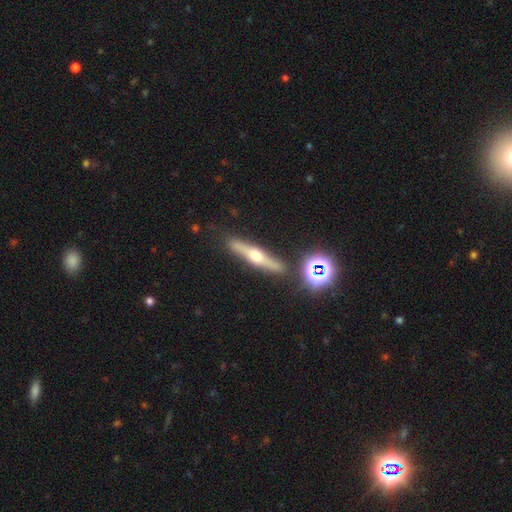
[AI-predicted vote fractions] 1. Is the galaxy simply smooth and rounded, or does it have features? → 62% featured or disk, 27% smooth, 11% star or artifact.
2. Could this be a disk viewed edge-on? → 93% yes, 7% no.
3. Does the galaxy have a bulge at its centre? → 92% rounded, 5% none, 3% boxy.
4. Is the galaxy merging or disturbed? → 84% none, 9% minor disturbance, 4% merger, 2% major disturbance.